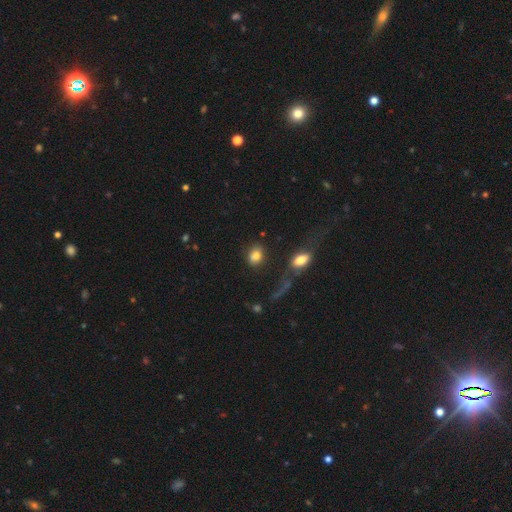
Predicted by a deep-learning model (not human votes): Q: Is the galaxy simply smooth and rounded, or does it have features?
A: smooth — 81%.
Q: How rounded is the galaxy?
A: in between — 66%.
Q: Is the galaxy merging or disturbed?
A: none — 71%.